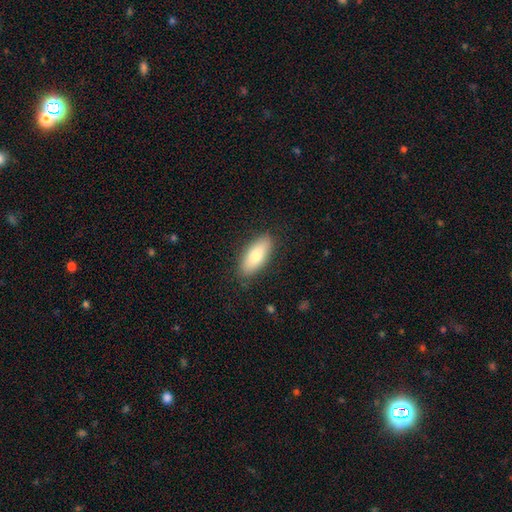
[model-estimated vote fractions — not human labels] Morphology: type=smooth (77%); roundness=in between (81%); merging=none (87%).